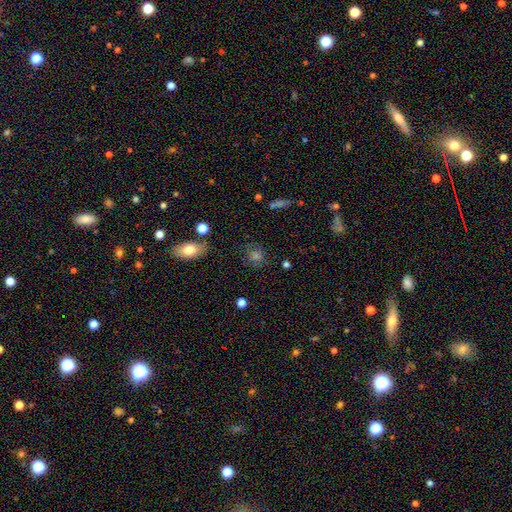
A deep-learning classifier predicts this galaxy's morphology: smooth_or_featured: smooth (p=0.66) [alt: star or artifact p=0.21]
how_rounded: round (p=0.69) [alt: in between p=0.28]
merging: none (p=0.80) [alt: minor disturbance p=0.13]